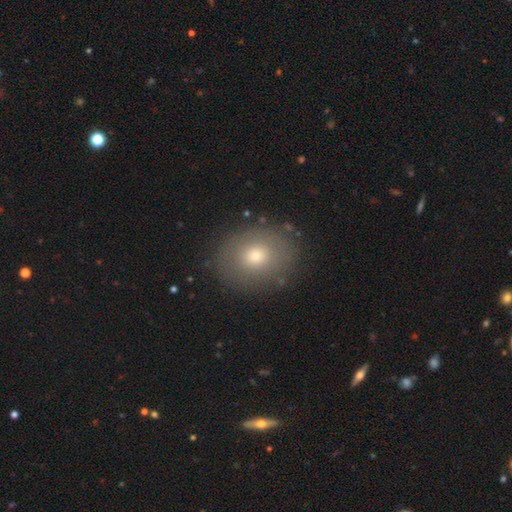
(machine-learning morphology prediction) Smooth or featured? Predicted: smooth (p=0.72). How rounded? Predicted: round (p=0.53). Merging? Predicted: none (p=0.85).